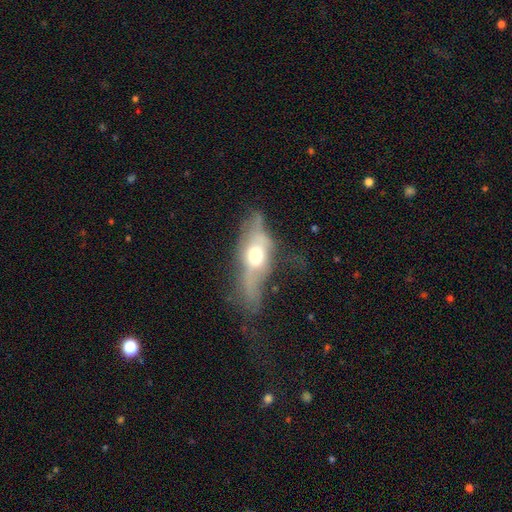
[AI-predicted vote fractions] smooth_or_featured: featured or disk (p=0.55) [alt: smooth p=0.36]
disk_edge_on: no (p=0.52) [alt: yes p=0.48]
merging: major disturbance (p=0.41) [alt: none p=0.29]